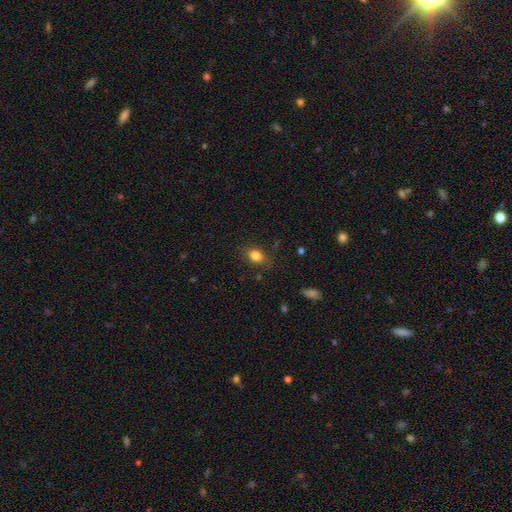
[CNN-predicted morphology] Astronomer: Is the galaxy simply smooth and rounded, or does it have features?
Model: smooth — 83%.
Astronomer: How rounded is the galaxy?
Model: in between — 69%.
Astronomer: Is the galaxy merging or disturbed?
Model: none — 79%.